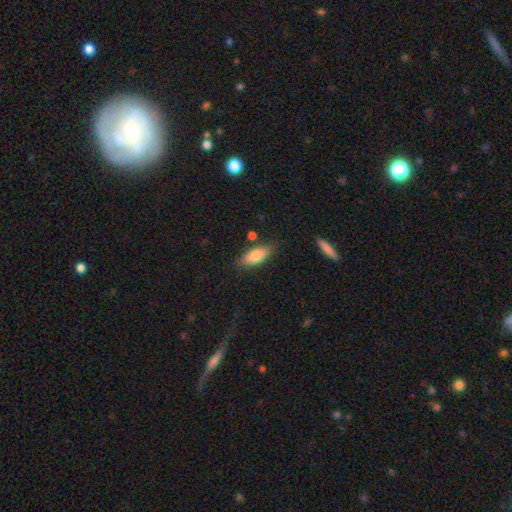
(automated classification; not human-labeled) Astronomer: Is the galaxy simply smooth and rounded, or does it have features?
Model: smooth — 81%.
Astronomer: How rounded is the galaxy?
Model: in between — 75%.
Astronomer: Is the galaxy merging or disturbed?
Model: none — 78%.